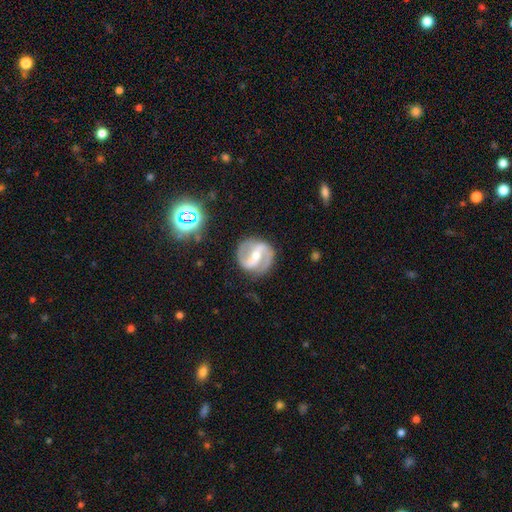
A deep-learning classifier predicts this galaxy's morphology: Q: Smooth or featured?
A: featured or disk (87%); runner-up: smooth (8%)
Q: Edge-on disk?
A: no (97%); runner-up: yes (3%)
Q: Bar?
A: strong (65%); runner-up: weak (25%)
Q: Spiral arms?
A: yes (93%); runner-up: no (7%)
Q: Spiral winding?
A: medium (50%); runner-up: tight (30%)
Q: Spiral arm count?
A: 2 (92%); runner-up: can't tell (4%)
Q: Bulge size?
A: moderate (48%); runner-up: small (47%)
Q: Merging?
A: none (84%); runner-up: minor disturbance (11%)